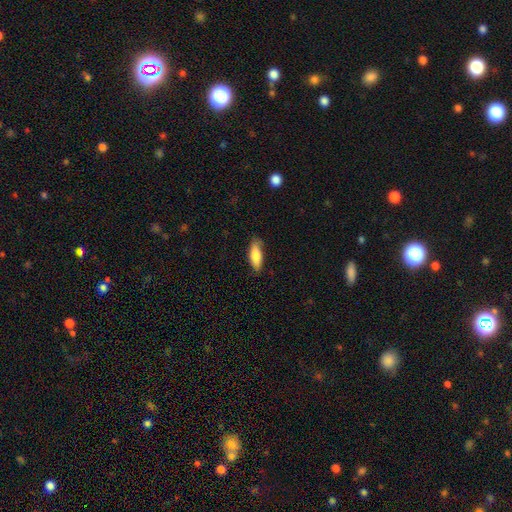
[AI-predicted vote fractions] Smooth or featured: smooth — 84% (featured or disk — 10%)
How rounded: in between — 65% (cigar-shaped — 33%)
Merging: none — 77% (minor disturbance — 19%)